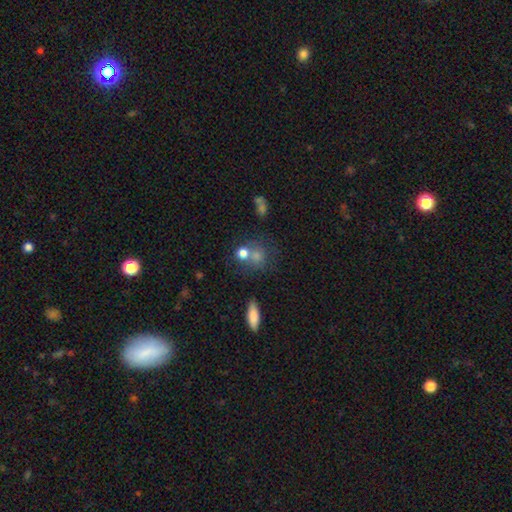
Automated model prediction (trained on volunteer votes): Morphology: type=smooth (61%); roundness=round (70%); merging=none (48%).